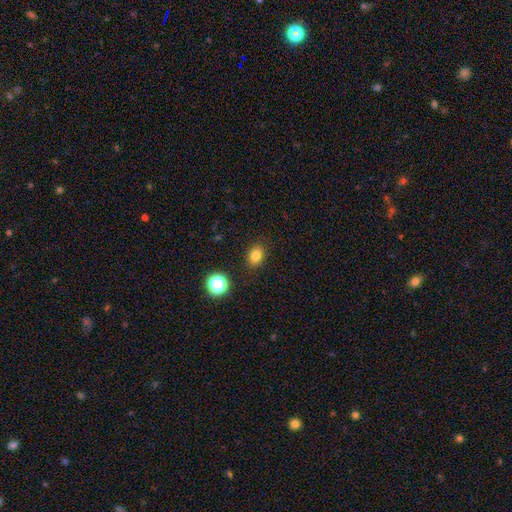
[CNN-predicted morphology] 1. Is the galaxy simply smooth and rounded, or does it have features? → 80% smooth, 14% star or artifact, 6% featured or disk.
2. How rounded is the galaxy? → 55% in between, 44% round, 1% cigar-shaped.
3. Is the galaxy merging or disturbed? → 88% none, 8% minor disturbance, 2% major disturbance, 2% merger.